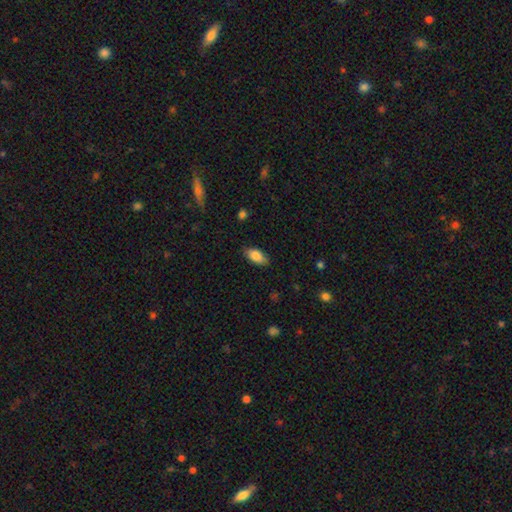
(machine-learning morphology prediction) type=smooth (85%); roundness=in between (90%); merging=none (82%).